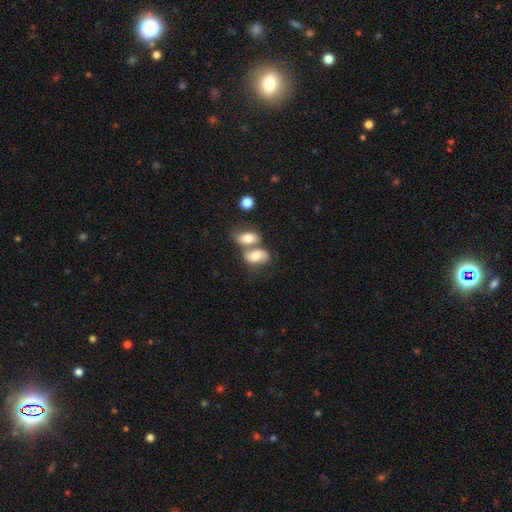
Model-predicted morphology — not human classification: type=smooth (73%); roundness=in between (87%); merging=merger (68%).